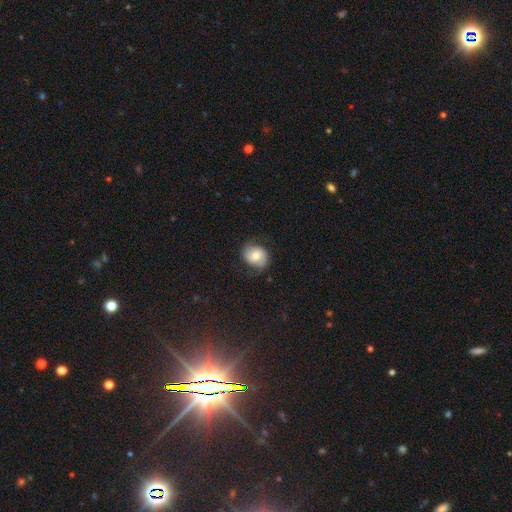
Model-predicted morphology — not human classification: smooth_or_featured: smooth (p=0.48) [alt: featured or disk p=0.43]
merging: none (p=0.71) [alt: minor disturbance p=0.20]